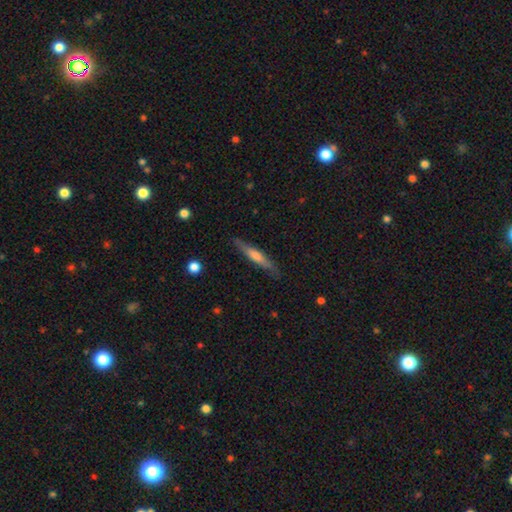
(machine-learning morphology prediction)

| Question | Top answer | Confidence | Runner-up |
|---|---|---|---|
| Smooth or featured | featured or disk | 52% | smooth (42%) |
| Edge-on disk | yes | 95% | no (5%) |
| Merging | none | 86% | minor disturbance (10%) |